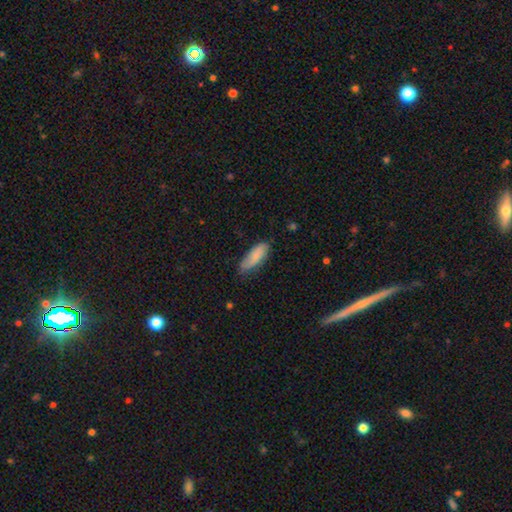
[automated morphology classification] Smooth or featured? smooth (76%)
How rounded? in between (72%)
Merging? none (69%)